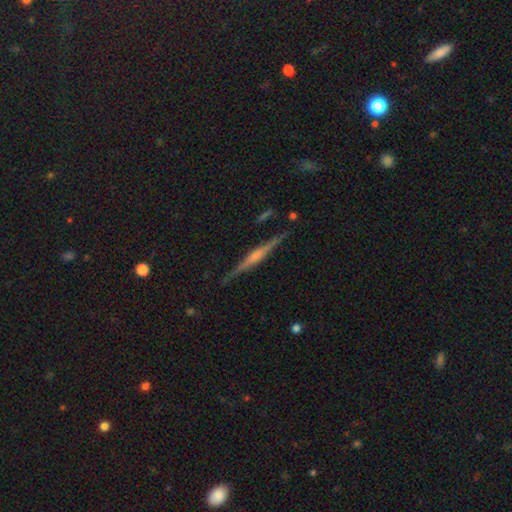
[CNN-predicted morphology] This is likely a featured or disk galaxy (79%). It is clearly viewed edge-on (98%). Edge-on bulge: likely rounded (67%). Merging: clearly none (88%).